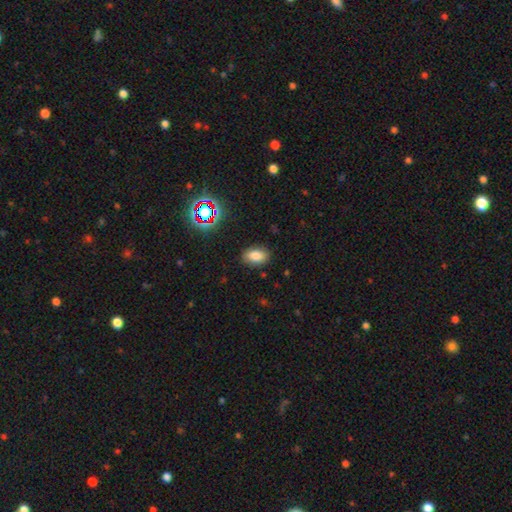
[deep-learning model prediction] The model was most divided on "smooth or featured": smooth: 79%, star or artifact: 13%, featured or disk: 8%. More confident: how rounded — in between (88%); merging — none (85%).